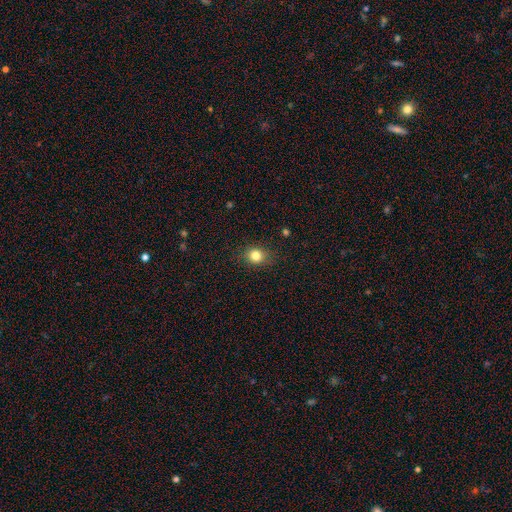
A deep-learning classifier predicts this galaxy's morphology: type=smooth (82%); roundness=round (67%); merging=none (85%).